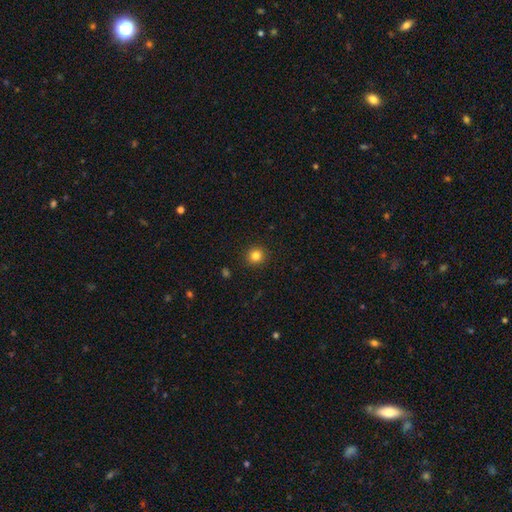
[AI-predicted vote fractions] This is clearly a smooth galaxy (83%). How rounded: clearly round (92%). Merging: clearly none (92%).